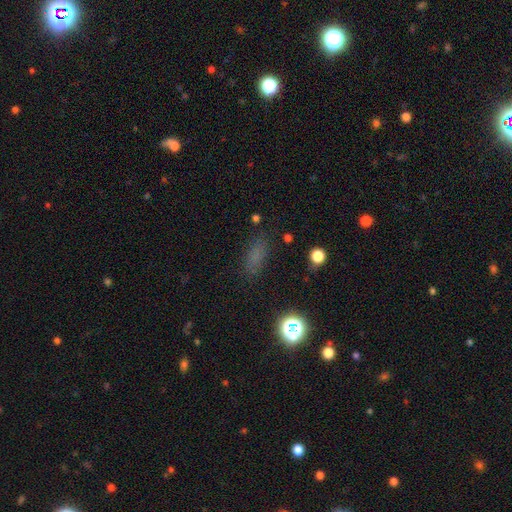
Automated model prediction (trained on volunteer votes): A smooth galaxy with no disk features (70%) that is in between round and cigar-shaped (64%).

Vote fractions:
- Smooth or featured? smooth: 70% / star or artifact: 21% / featured or disk: 8%
- How rounded? in between: 64% / cigar-shaped: 28% / round: 9%
- Merging? none: 80% / minor disturbance: 13% / major disturbance: 5% / merger: 2%